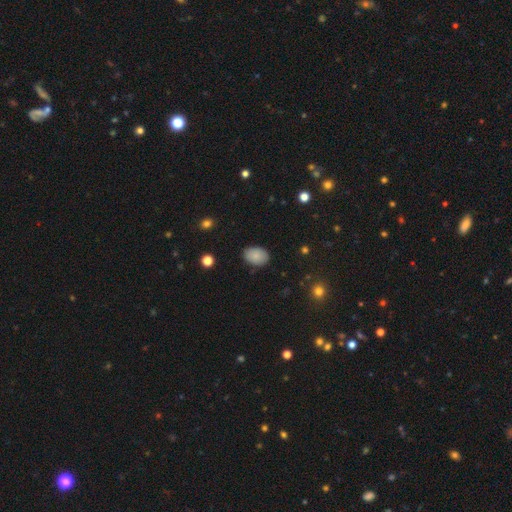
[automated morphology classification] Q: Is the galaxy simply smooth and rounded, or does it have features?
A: smooth — 87%.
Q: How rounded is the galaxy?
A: in between — 81%.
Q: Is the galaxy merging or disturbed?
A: none — 85%.